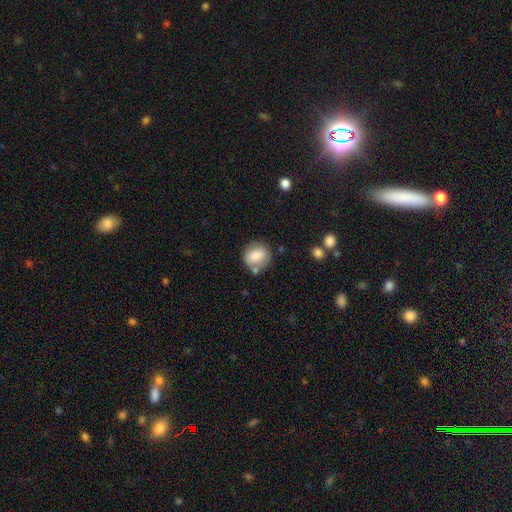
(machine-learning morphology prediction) Smooth or featured?
  - smooth: 75% *
  - featured or disk: 17%
  - star or artifact: 8%
How rounded?
  - round: 82% *
  - in between: 17%
  - cigar-shaped: 1%
Merging?
  - none: 69% *
  - minor disturbance: 16%
  - merger: 10%
  - major disturbance: 5%